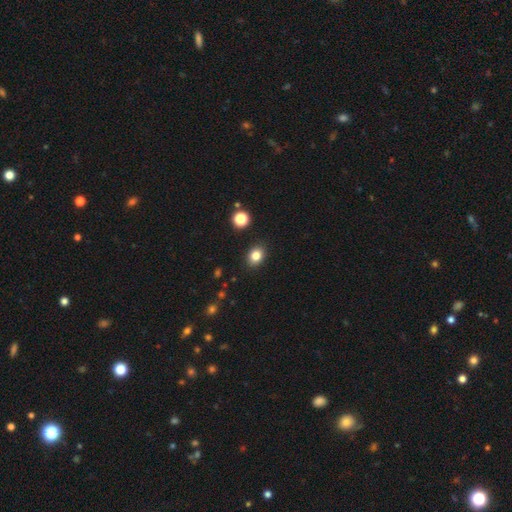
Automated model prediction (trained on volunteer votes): Smooth or featured: smooth — 82% (star or artifact — 11%)
How rounded: round — 51% (in between — 48%)
Merging: none — 89% (minor disturbance — 7%)